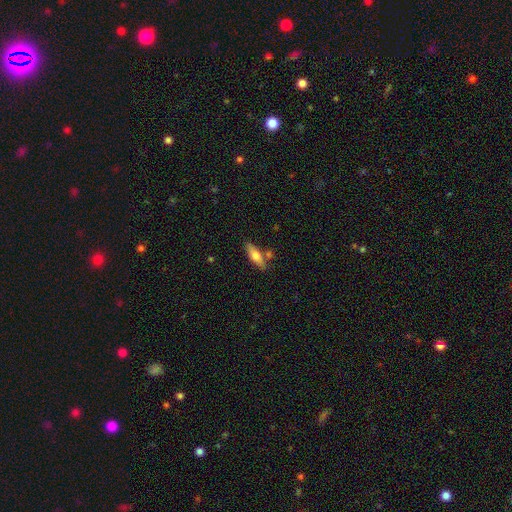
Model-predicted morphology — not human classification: Smooth or featured: smooth — 59% (featured or disk — 34%)
How rounded: cigar-shaped — 53% (in between — 45%)
Merging: none — 74% (minor disturbance — 14%)